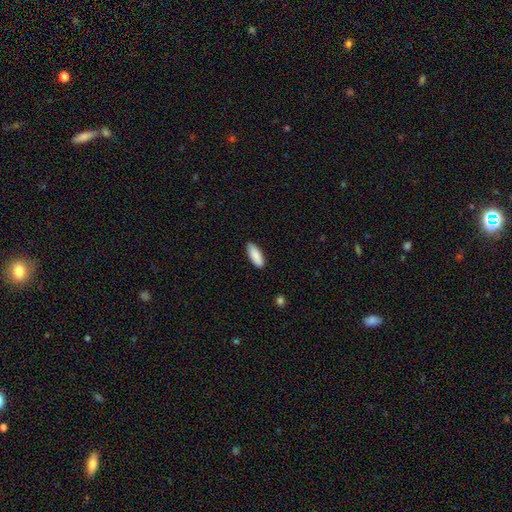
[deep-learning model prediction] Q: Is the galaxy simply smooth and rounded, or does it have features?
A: smooth — 90%.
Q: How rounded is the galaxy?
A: in between — 74%.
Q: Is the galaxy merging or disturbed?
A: none — 88%.